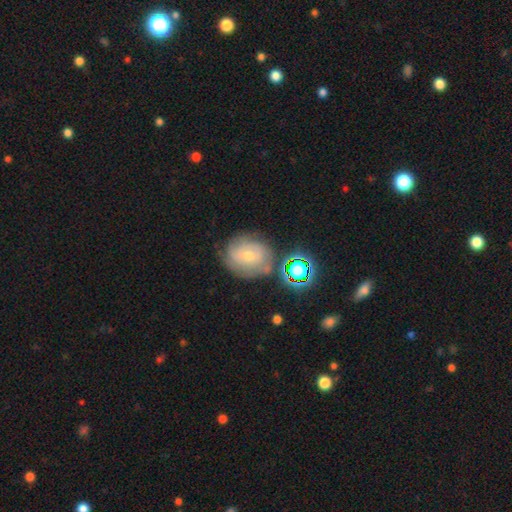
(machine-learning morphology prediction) Smooth or featured?
  - featured or disk: 59% *
  - smooth: 29%
  - star or artifact: 12%
Edge-on disk?
  - no: 97% *
  - yes: 3%
Bar?
  - no: 73% *
  - weak: 23%
  - strong: 4%
Spiral arms?
  - yes: 80% *
  - no: 20%
Bulge size?
  - small: 55% *
  - moderate: 40%
  - large: 2%
  - none: 2%
  - dominant: 1%
Merging?
  - none: 63% *
  - minor disturbance: 20%
  - major disturbance: 8%
  - merger: 8%